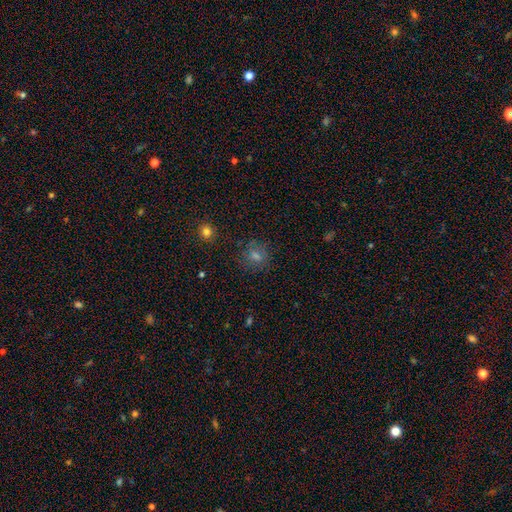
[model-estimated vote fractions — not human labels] Smooth or featured: smooth — 55% (star or artifact — 31%)
How rounded: round — 81% (in between — 18%)
Merging: none — 83% (minor disturbance — 11%)